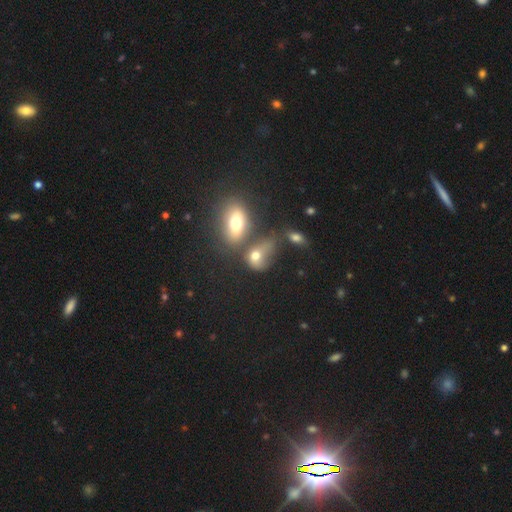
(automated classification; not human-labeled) This appears to be a smooth galaxy with no disk features (66%) that is in between round and cigar-shaped (67%). Merging: merger (38%).